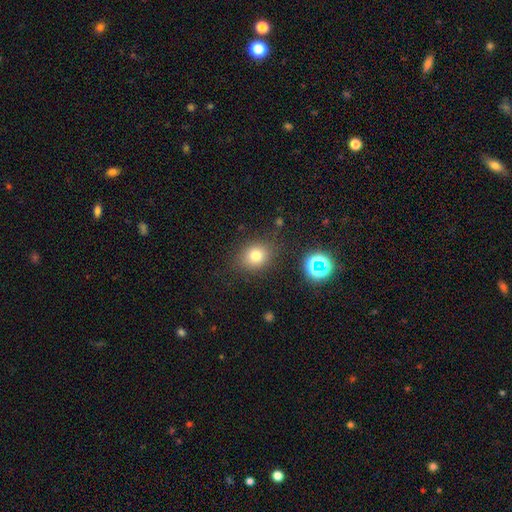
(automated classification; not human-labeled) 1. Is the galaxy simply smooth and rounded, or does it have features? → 75% smooth, 16% star or artifact, 9% featured or disk.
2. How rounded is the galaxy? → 64% round, 36% in between, 1% cigar-shaped.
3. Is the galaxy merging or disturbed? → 81% none, 12% minor disturbance, 4% major disturbance, 3% merger.